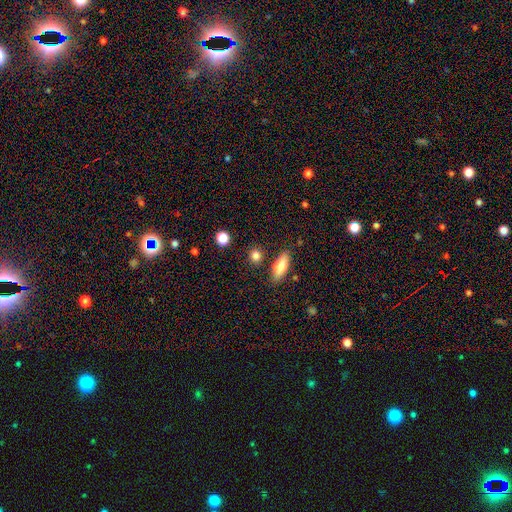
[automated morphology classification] smooth 83%, star or artifact 11%, featured or disk 7%. Down the decision tree: how rounded — round (64%); merging — none (81%).